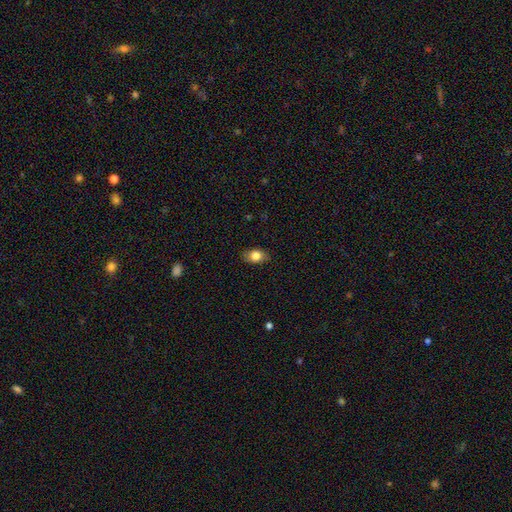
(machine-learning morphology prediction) This is clearly a smooth galaxy (81%). How rounded: likely in between (78%). Merging: clearly none (83%).